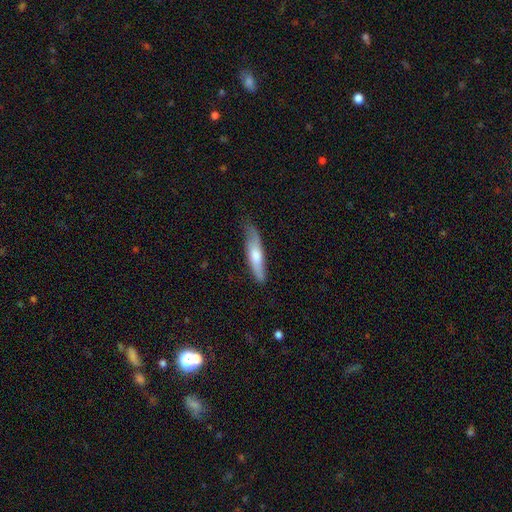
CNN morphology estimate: type=smooth (61%); roundness=cigar-shaped (83%); merging=none (70%).